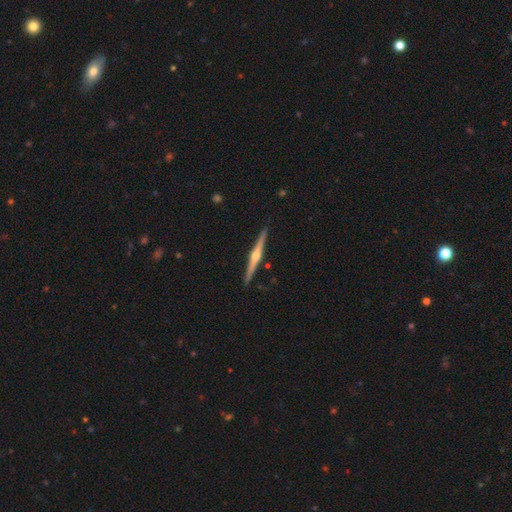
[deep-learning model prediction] Smooth or featured: featured or disk — 84% (smooth — 11%)
Edge-on disk: yes — 99% (no — 1%)
Edge-on bulge: rounded — 94% (boxy — 3%)
Merging: none — 92% (minor disturbance — 5%)